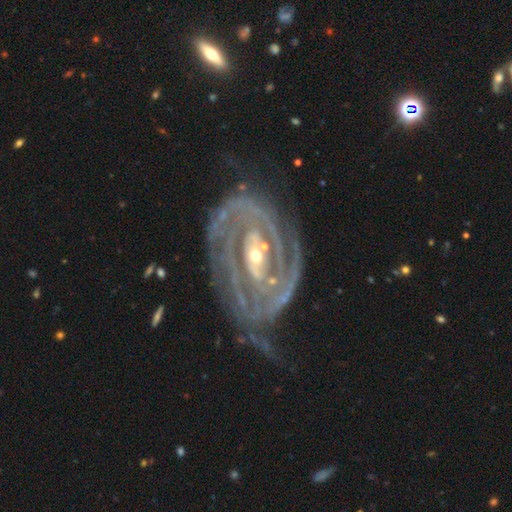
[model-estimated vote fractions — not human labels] Smooth or featured? featured or disk (90%)
Edge-on disk? no (96%)
Bar? weak (34%, tied with no)
Spiral arms? yes (96%)
Spiral winding? tight (72%)
Spiral arm count? 2 (43%)
Bulge size? small (64%)
Merging? none (55%)